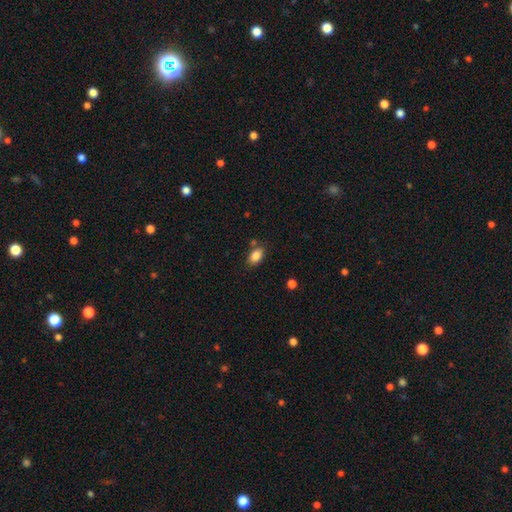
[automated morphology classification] Smooth or featured? smooth (86%)
How rounded? in between (89%)
Merging? none (76%)